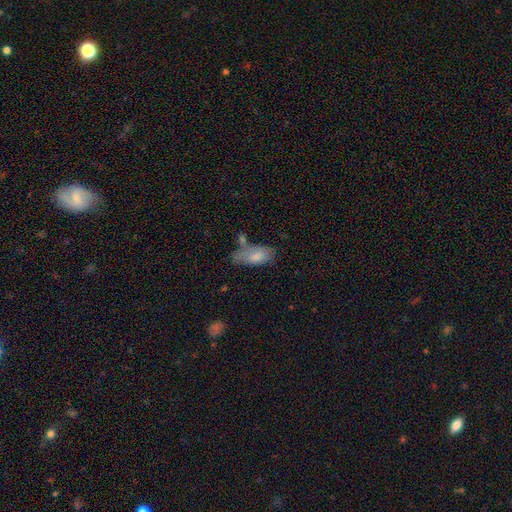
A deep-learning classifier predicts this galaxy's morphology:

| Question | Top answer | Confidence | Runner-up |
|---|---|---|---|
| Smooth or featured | smooth | 78% | featured or disk (15%) |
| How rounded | in between | 86% | cigar-shaped (11%) |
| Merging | none | 46% | minor disturbance (27%) |